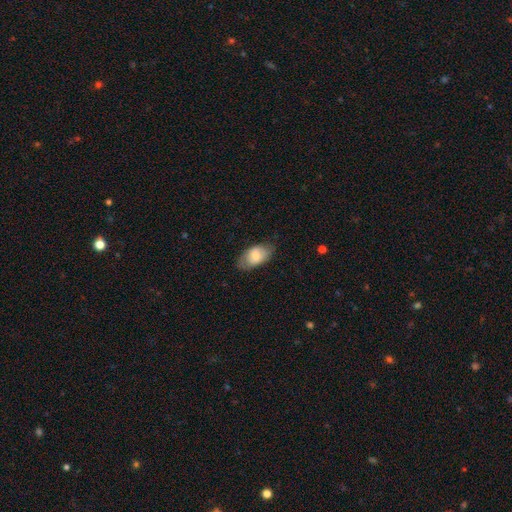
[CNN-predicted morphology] smooth_or_featured: smooth (p=0.70) [alt: featured or disk p=0.23]
how_rounded: in between (p=0.92) [alt: round p=0.06]
merging: none (p=0.72) [alt: minor disturbance p=0.21]